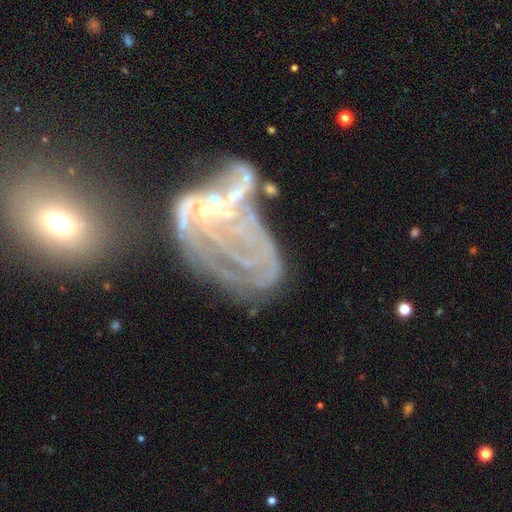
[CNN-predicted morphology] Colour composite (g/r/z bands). It shows a featured or disk galaxy (76%) with no bar (65%), spiral arms (68%) and a small central bulge (53%). Merging: major disturbance (41%).